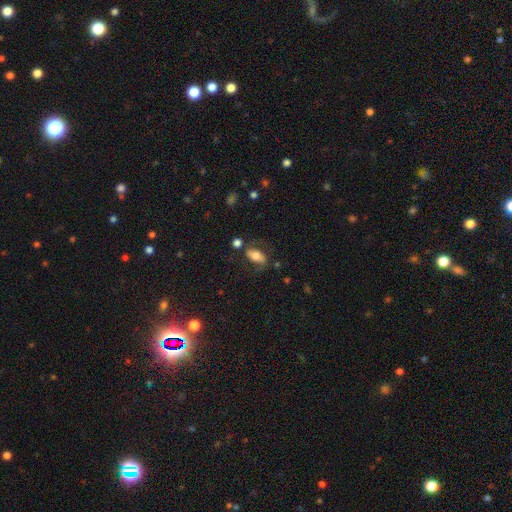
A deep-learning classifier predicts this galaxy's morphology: smooth_or_featured: smooth (p=0.51) [alt: featured or disk p=0.41]
how_rounded: in between (p=0.87) [alt: round p=0.07]
merging: none (p=0.58) [alt: minor disturbance p=0.20]